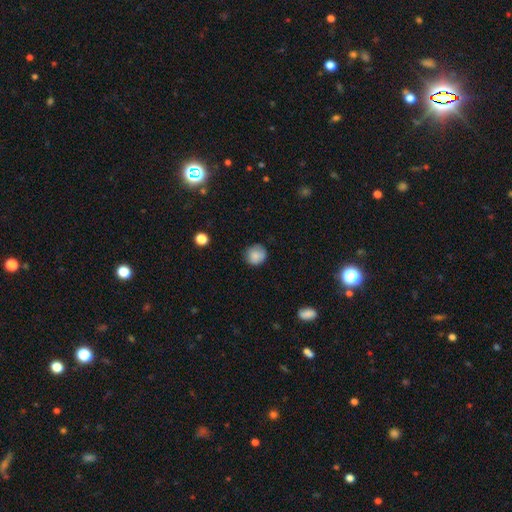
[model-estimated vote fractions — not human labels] smooth 84%, star or artifact 9%, featured or disk 7%. Down the decision tree: how rounded — round (85%); merging — none (76%).